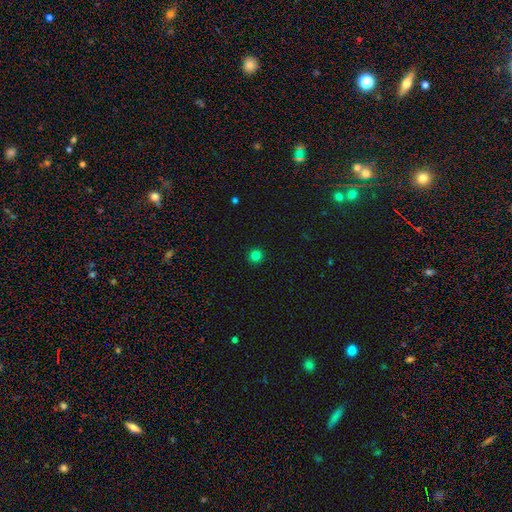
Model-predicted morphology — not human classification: smooth_or_featured: smooth (p=0.81) [alt: star or artifact p=0.15]
how_rounded: round (p=0.95) [alt: in between p=0.04]
merging: none (p=0.93) [alt: minor disturbance p=0.04]